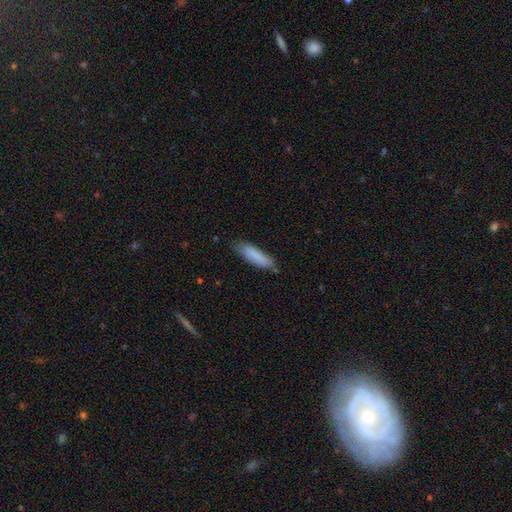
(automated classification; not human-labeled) smooth 83%, featured or disk 10%, star or artifact 6%. Down the decision tree: how rounded — cigar-shaped (63%); merging — none (70%).